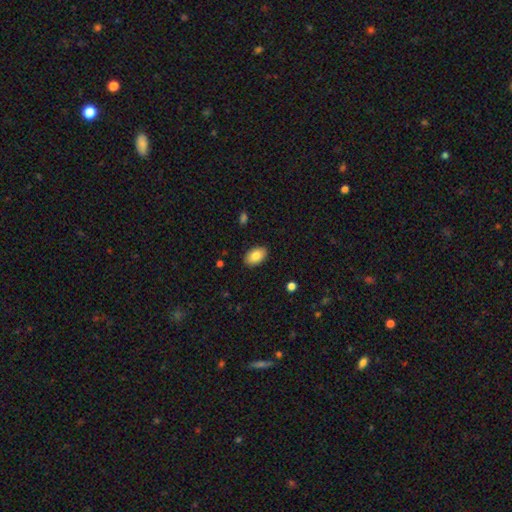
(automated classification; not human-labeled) Smooth or featured?
  - smooth: 84% *
  - featured or disk: 9%
  - star or artifact: 7%
How rounded?
  - in between: 91% *
  - round: 8%
  - cigar-shaped: 1%
Merging?
  - none: 89% *
  - minor disturbance: 8%
  - major disturbance: 2%
  - merger: 1%